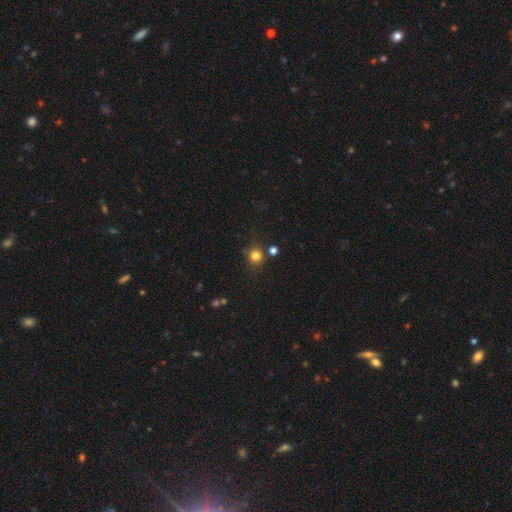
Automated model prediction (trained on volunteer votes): The model was most divided on "smooth or featured": smooth: 79%, star or artifact: 15%, featured or disk: 6%. More confident: how rounded — round (88%); merging — none (77%).